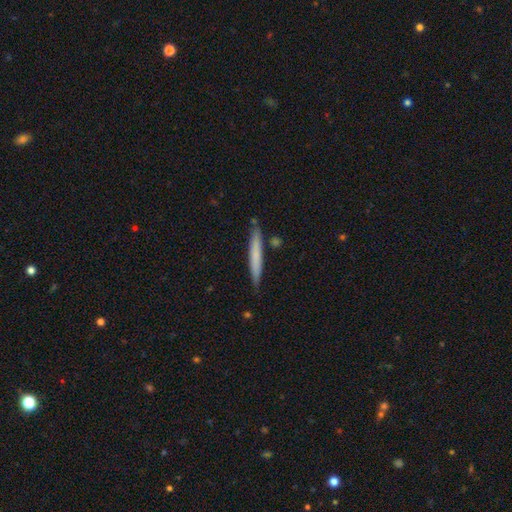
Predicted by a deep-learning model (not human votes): The model was most divided on "smooth or featured": smooth: 65%, featured or disk: 29%, star or artifact: 5%. More confident: how rounded — cigar-shaped (96%); merging — none (84%).